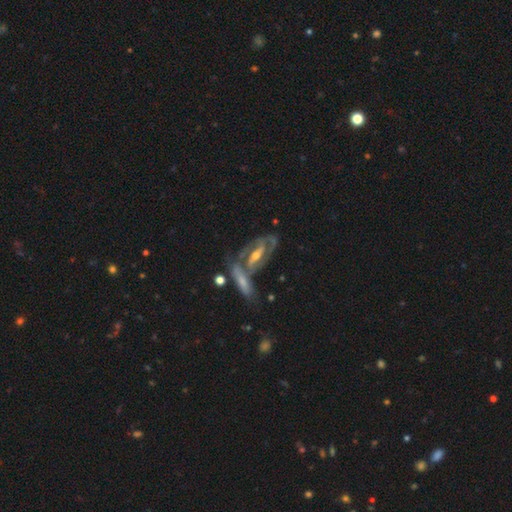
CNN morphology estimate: featured or disk 82%, smooth 12%, star or artifact 6%. Down the decision tree: edge-on disk — no (83%); bar — strong (38%); spiral arms — yes (86%); spiral arm count — 2 (71%); spiral winding — tight (43%, tied with medium); bulge size — moderate (54%); merging — none (47%).